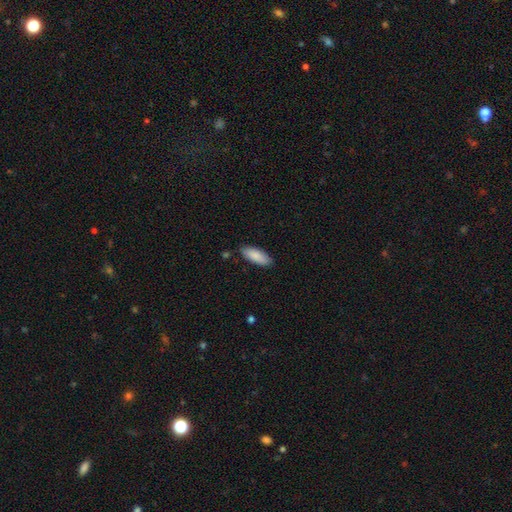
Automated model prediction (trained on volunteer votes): Smooth or featured: smooth — 87% (featured or disk — 7%)
How rounded: in between — 76% (cigar-shaped — 23%)
Merging: none — 84% (minor disturbance — 12%)